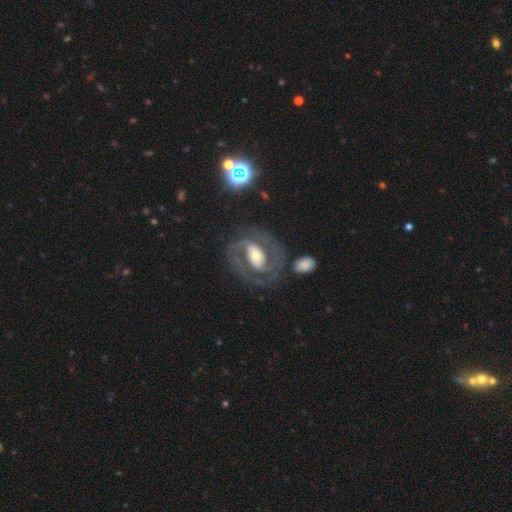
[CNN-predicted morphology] Q: Smooth or featured?
A: featured or disk (85%); runner-up: smooth (9%)
Q: Edge-on disk?
A: no (97%); runner-up: yes (3%)
Q: Bar?
A: no (35%); runner-up: weak (34%)
Q: Spiral arms?
A: yes (89%); runner-up: no (11%)
Q: Spiral winding?
A: medium (49%); runner-up: tight (38%)
Q: Spiral arm count?
A: 2 (83%); runner-up: can't tell (7%)
Q: Bulge size?
A: moderate (57%); runner-up: small (28%)
Q: Merging?
A: none (71%); runner-up: minor disturbance (14%)